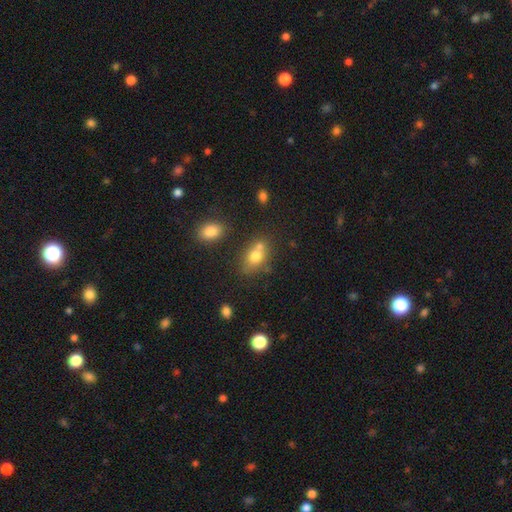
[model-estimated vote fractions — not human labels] Q: Smooth or featured?
A: smooth (72%); runner-up: featured or disk (15%)
Q: How rounded?
A: in between (67%); runner-up: round (31%)
Q: Merging?
A: none (48%); runner-up: merger (35%)